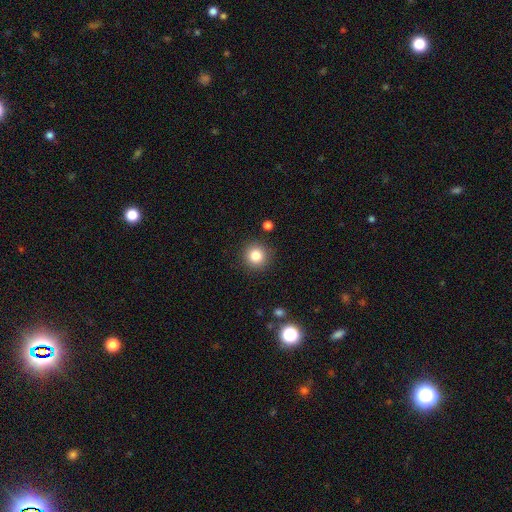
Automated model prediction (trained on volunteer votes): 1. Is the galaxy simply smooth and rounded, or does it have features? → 83% smooth, 11% star or artifact, 6% featured or disk.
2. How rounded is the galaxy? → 94% round, 5% in between, 1% cigar-shaped.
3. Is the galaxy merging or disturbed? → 90% none, 6% minor disturbance, 2% major disturbance, 2% merger.